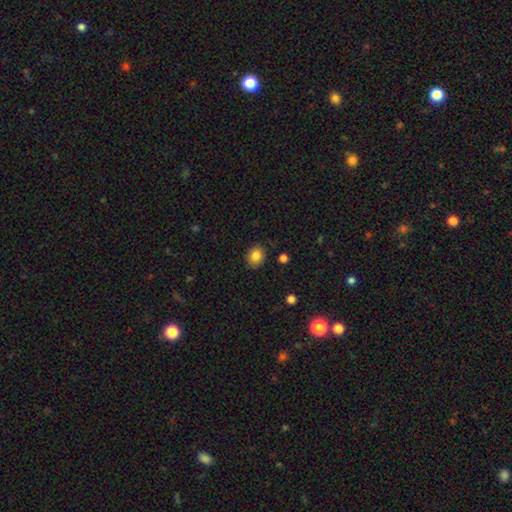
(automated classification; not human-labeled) Overall: smooth (85%). How rounded: round (70%). Merging: none (85%).